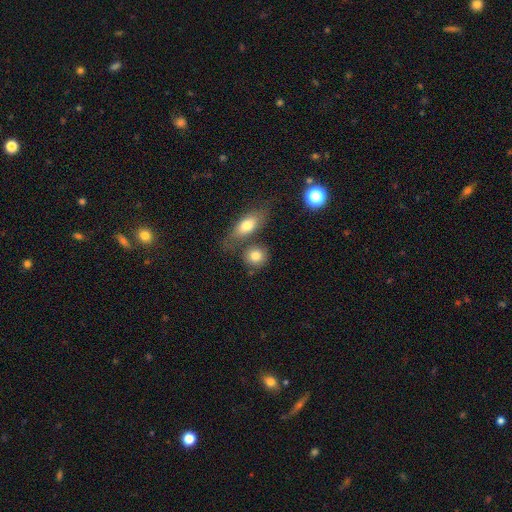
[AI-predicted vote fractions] Smooth or featured? smooth (80%)
How rounded? round (73%)
Merging? none (60%)